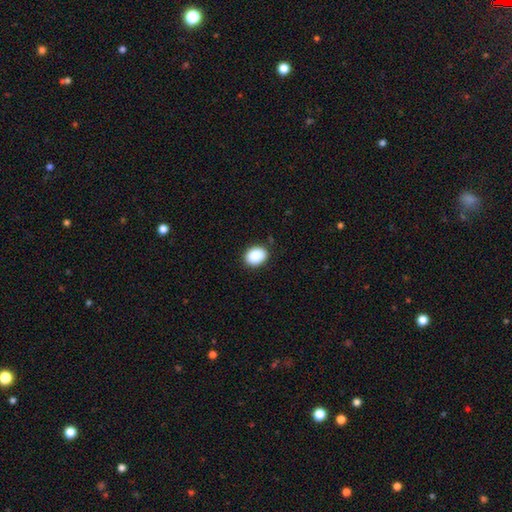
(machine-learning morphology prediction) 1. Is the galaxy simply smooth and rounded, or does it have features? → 90% smooth, 8% star or artifact, 2% featured or disk.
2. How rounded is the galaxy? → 62% in between, 37% round, 1% cigar-shaped.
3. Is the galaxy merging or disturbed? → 88% none, 9% minor disturbance, 2% major disturbance, 1% merger.